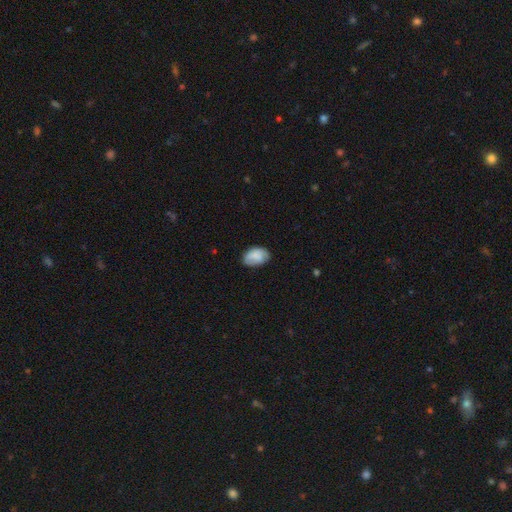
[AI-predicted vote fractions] The model was most divided on "merging": none: 69%, minor disturbance: 24%, major disturbance: 5%, merger: 1%. More confident: how rounded — in between (88%); smooth or featured — smooth (79%).